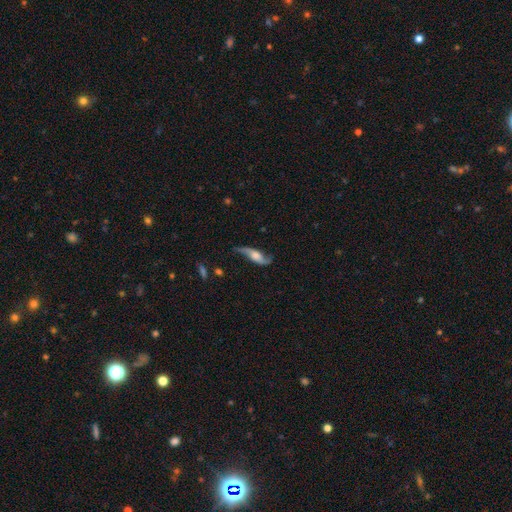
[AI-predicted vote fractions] A featured or disk galaxy (74%) with no bar (58%), 2 (90%) loose (80%) spiral arms (92%) and a moderate central bulge (33%).

Vote fractions:
- Smooth or featured? featured or disk: 74% / smooth: 20% / star or artifact: 7%
- Edge-on disk? no: 78% / yes: 22%
- Bar? no: 58% / weak: 31% / strong: 10%
- Spiral arms? yes: 92% / no: 8%
- Spiral winding? loose: 80% / medium: 15% / tight: 5%
- Spiral arm count? 2: 90% / 1: 4% / can't tell: 3% / 3: 1% / 4: 1% / more than 4: 1%
- Bulge size? moderate: 33% / large: 30% / small: 16% / none: 16% / dominant: 5%
- Merging? none: 60% / minor disturbance: 25% / major disturbance: 12% / merger: 3%